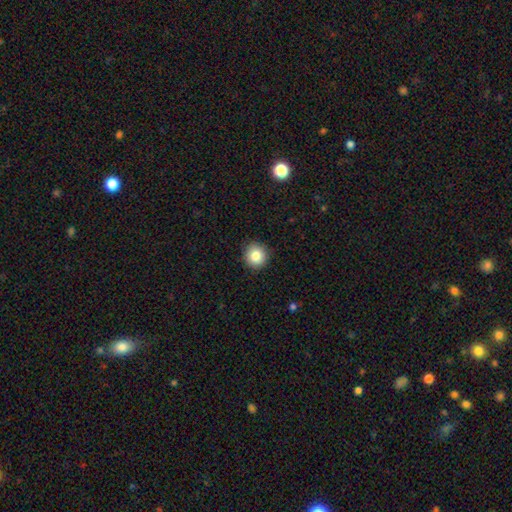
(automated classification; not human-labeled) A smooth galaxy with no disk features (83%) that is round (93%).

Vote fractions:
- Smooth or featured? smooth: 83% / star or artifact: 10% / featured or disk: 7%
- How rounded? round: 93% / in between: 6% / cigar-shaped: 1%
- Merging? none: 91% / minor disturbance: 6% / major disturbance: 2% / merger: 1%